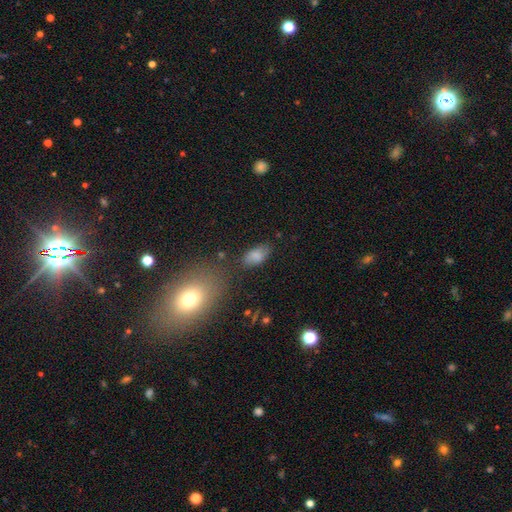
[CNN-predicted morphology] A smooth galaxy with no disk features (81%) that is in between round and cigar-shaped (92%).

Vote fractions:
- Smooth or featured? smooth: 81% / star or artifact: 10% / featured or disk: 9%
- How rounded? in between: 92% / round: 5% / cigar-shaped: 3%
- Merging? none: 68% / minor disturbance: 21% / major disturbance: 6% / merger: 5%